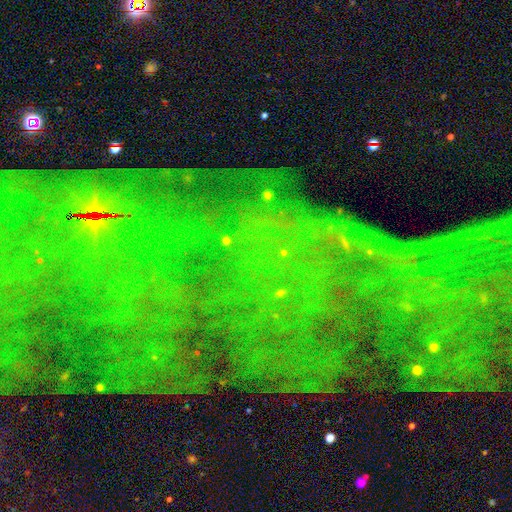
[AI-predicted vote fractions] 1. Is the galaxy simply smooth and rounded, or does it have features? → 76% star or artifact, 15% featured or disk, 9% smooth.